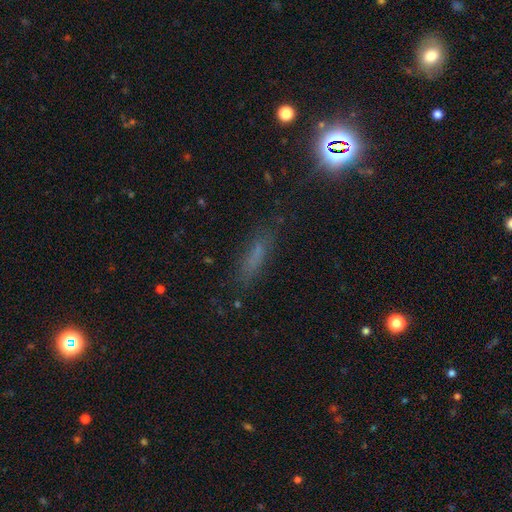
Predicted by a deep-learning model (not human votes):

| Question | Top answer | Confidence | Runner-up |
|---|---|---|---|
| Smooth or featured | smooth | 53% | star or artifact (26%) |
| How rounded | cigar-shaped | 71% | in between (26%) |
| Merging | none | 74% | minor disturbance (17%) |